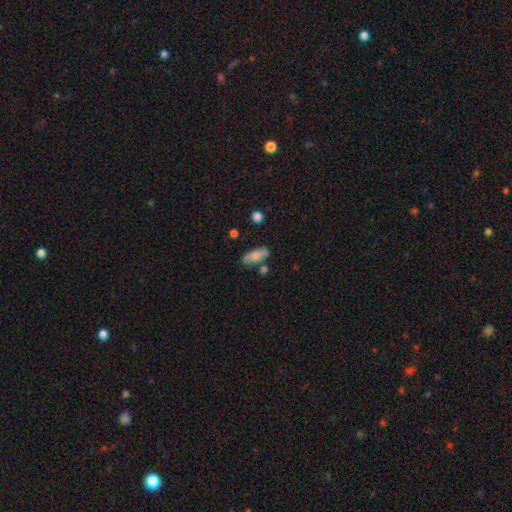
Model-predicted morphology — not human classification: Smooth or featured? Predicted: smooth (p=0.74). How rounded? Predicted: in between (p=0.79). Merging? Predicted: none (p=0.66).